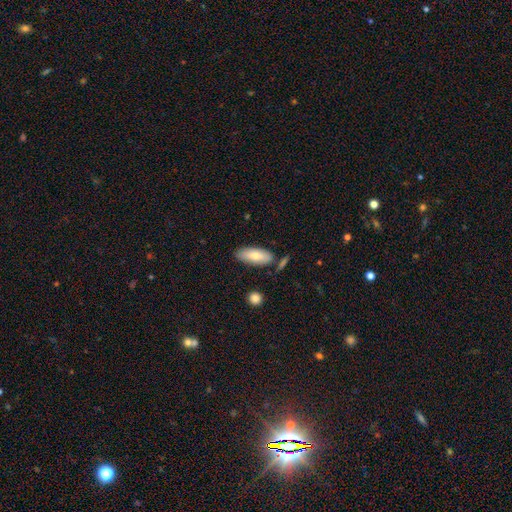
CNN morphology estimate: smooth_or_featured: smooth (p=0.76) [alt: featured or disk p=0.19]
how_rounded: in between (p=0.77) [alt: cigar-shaped p=0.21]
merging: none (p=0.75) [alt: minor disturbance p=0.16]